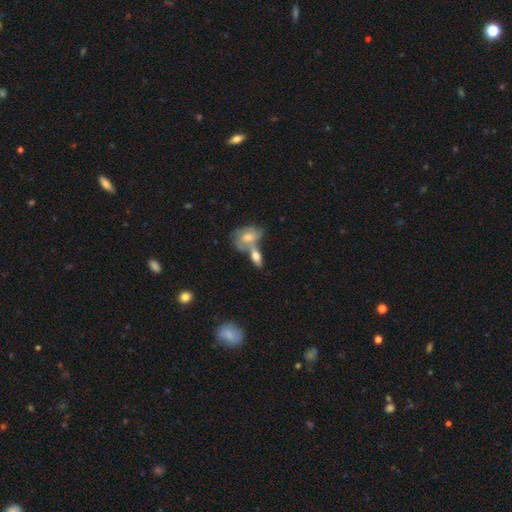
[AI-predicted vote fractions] This appears to be a smooth galaxy with no disk features (60%) that is in between round and cigar-shaped (76%). Merging: merger (45%).